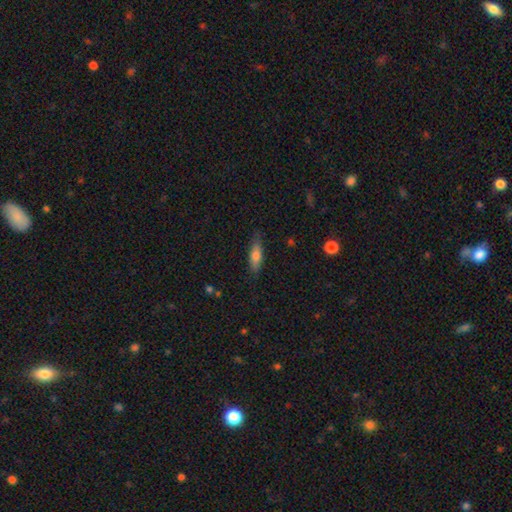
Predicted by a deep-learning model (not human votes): Smooth or featured? Predicted: smooth (p=0.70). How rounded? Predicted: in between (p=0.49). Merging? Predicted: none (p=0.80).